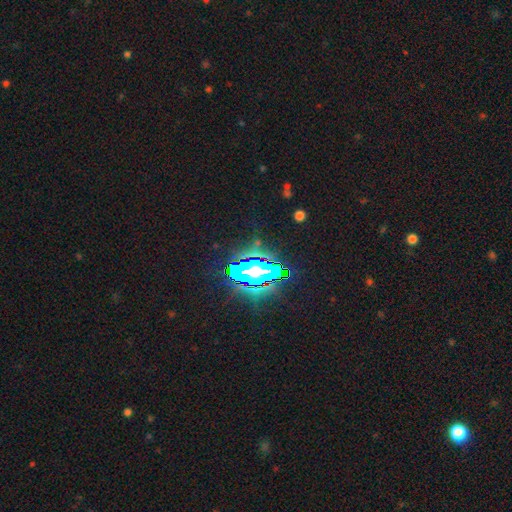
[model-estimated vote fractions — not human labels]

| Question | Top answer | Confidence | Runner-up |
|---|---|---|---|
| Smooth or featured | star or artifact | 82% | smooth (10%) |